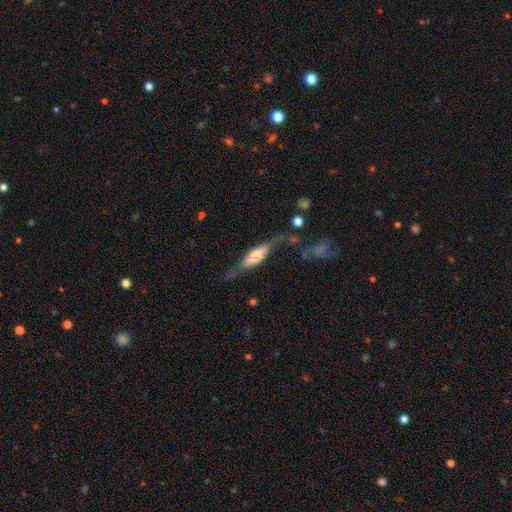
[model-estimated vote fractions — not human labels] Smooth or featured: featured or disk — 52% (smooth — 41%)
Edge-on disk: yes — 78% (no — 22%)
Merging: none — 53% (minor disturbance — 23%)